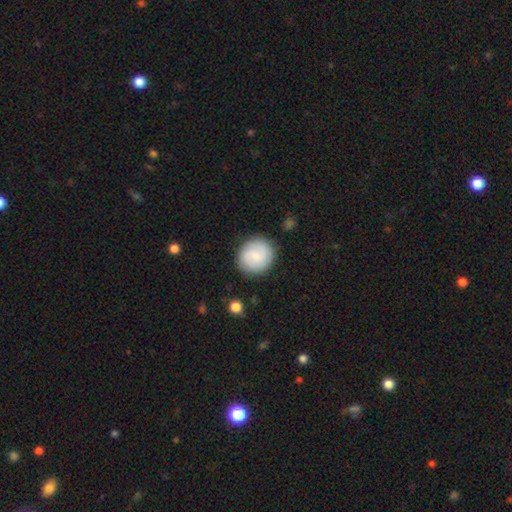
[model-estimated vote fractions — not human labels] Smooth or featured? smooth (64%)
How rounded? round (85%)
Merging? none (86%)